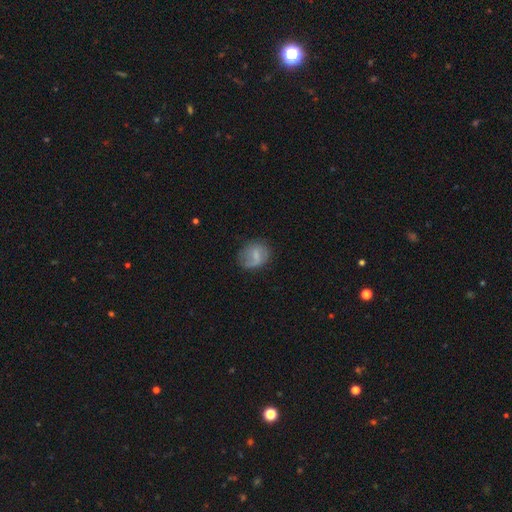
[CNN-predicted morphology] A smooth galaxy with no disk features (58%) that is round (51%). Merging: none (61%).